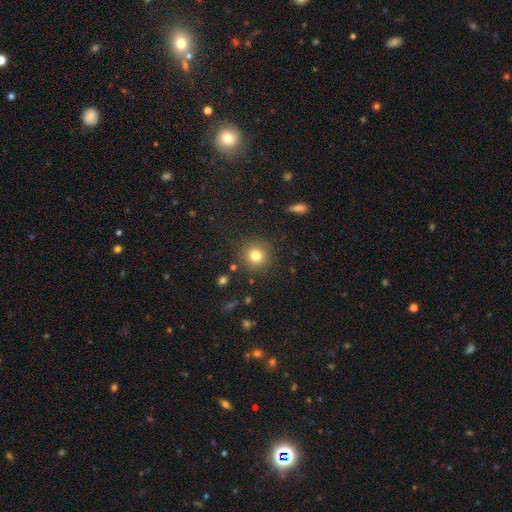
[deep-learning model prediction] A smooth galaxy with no disk features (80%) that is round (93%). Merging: none (88%).